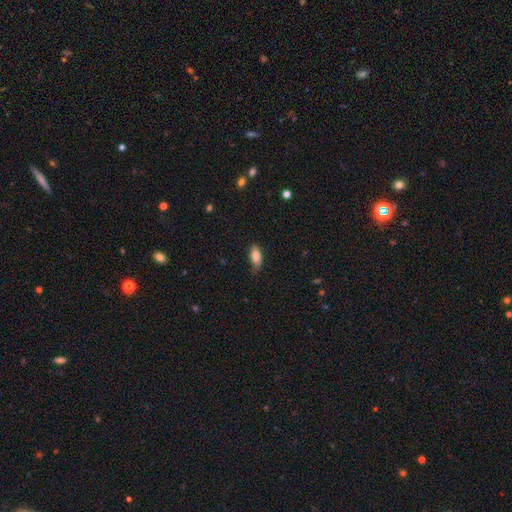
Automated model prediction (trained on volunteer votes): Smooth or featured?
  - smooth: 82% *
  - featured or disk: 11%
  - star or artifact: 7%
How rounded?
  - in between: 86% *
  - cigar-shaped: 11%
  - round: 3%
Merging?
  - none: 71% *
  - minor disturbance: 23%
  - major disturbance: 4%
  - merger: 1%